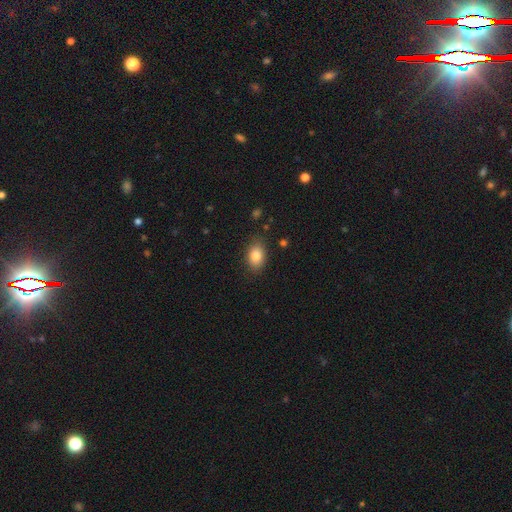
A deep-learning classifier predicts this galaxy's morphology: smooth_or_featured: smooth (p=0.83) [alt: star or artifact p=0.09]
how_rounded: in between (p=0.83) [alt: round p=0.16]
merging: none (p=0.83) [alt: minor disturbance p=0.12]